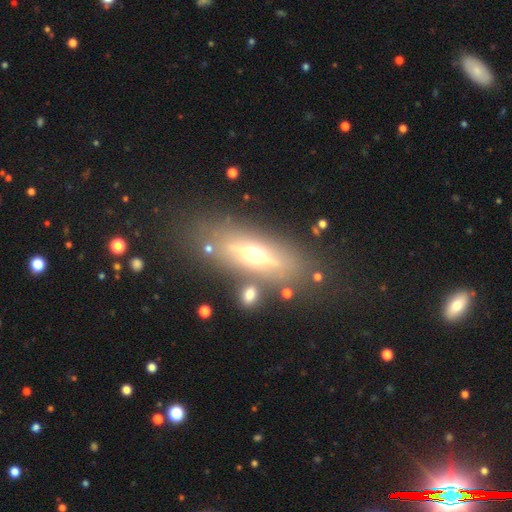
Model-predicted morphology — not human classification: Smooth or featured? featured or disk (46%)
Merging? none (74%)